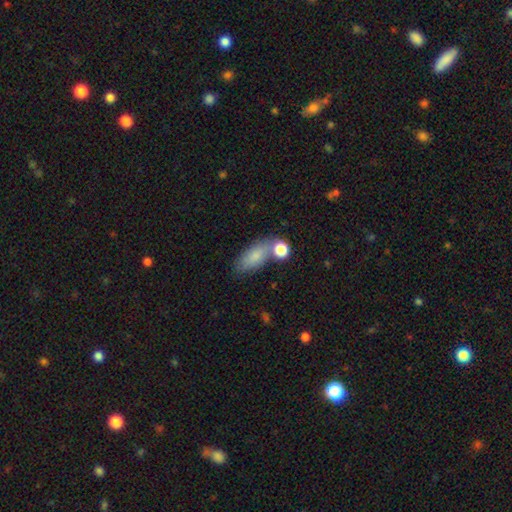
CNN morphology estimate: Smooth or featured? Predicted: smooth (p=0.80). How rounded? Predicted: in between (p=0.78). Merging? Predicted: none (p=0.57).